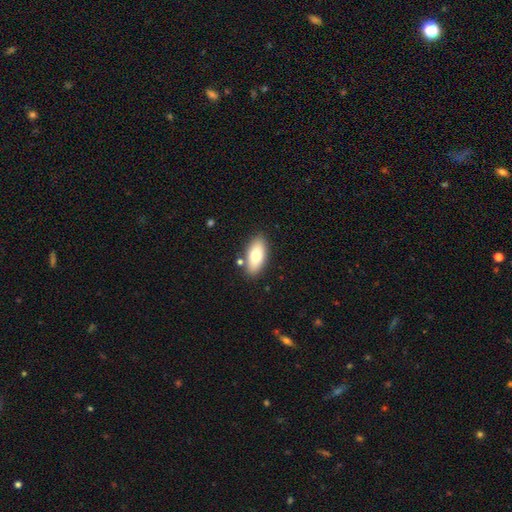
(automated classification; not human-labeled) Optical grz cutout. It shows a smooth galaxy with no disk features (72%) that is in between round and cigar-shaped (87%). Merging: none (83%).